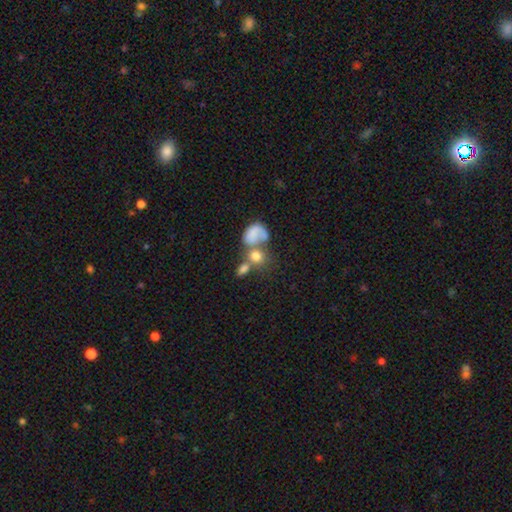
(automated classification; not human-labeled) smooth_or_featured: smooth (p=0.68) [alt: featured or disk p=0.19]
how_rounded: round (p=0.53) [alt: in between p=0.45]
merging: merger (p=0.51) [alt: none p=0.26]